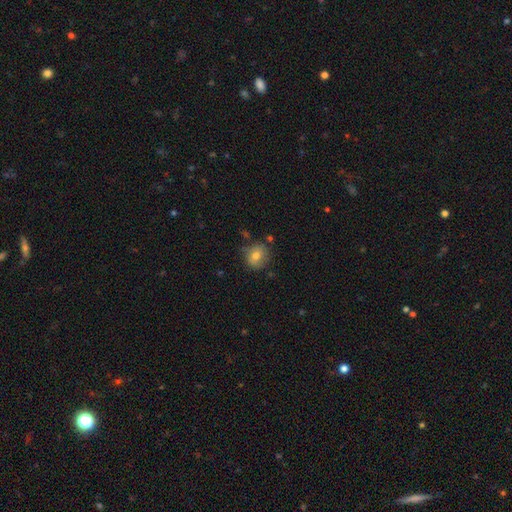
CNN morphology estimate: A smooth galaxy with no disk features (74%) that is round (70%). Merging: none (75%).